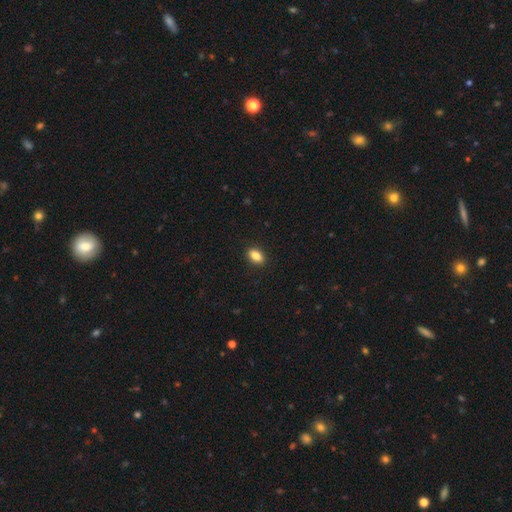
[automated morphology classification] A smooth galaxy with no disk features (86%) that is in between round and cigar-shaped (87%). Merging: none (89%).